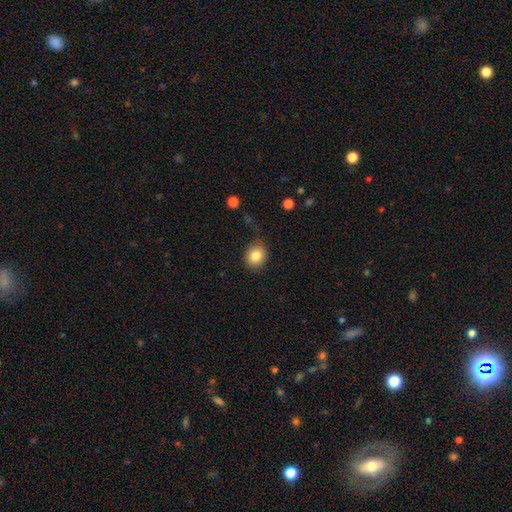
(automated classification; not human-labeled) Smooth or featured? Predicted: smooth (p=0.83). How rounded? Predicted: round (p=0.71). Merging? Predicted: none (p=0.79).